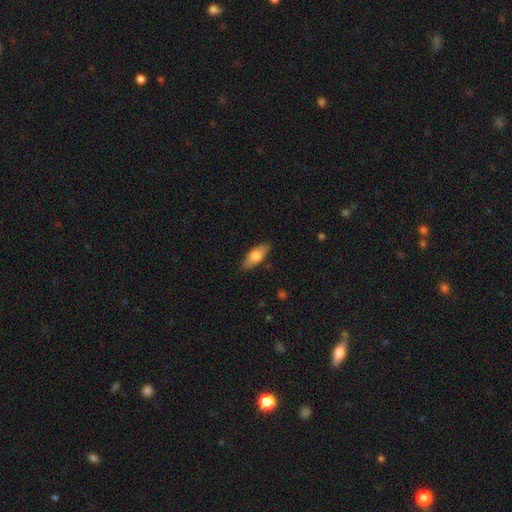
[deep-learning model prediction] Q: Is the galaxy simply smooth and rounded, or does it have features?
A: smooth — 73%.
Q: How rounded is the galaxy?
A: in between — 76%.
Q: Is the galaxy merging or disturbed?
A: none — 85%.